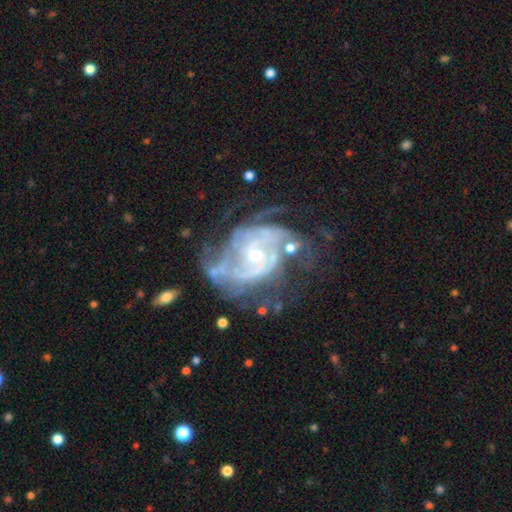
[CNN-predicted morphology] Smooth or featured: featured or disk — 88% (star or artifact — 6%)
Edge-on disk: no — 97% (yes — 3%)
Bar: no — 59% (weak — 32%)
Spiral arms: yes — 94% (no — 6%)
Spiral winding: tight — 51% (medium — 38%)
Spiral arm count: 2 — 33% (can't tell — 30%)
Bulge size: small — 64% (moderate — 32%)
Merging: none — 45% (major disturbance — 25%)